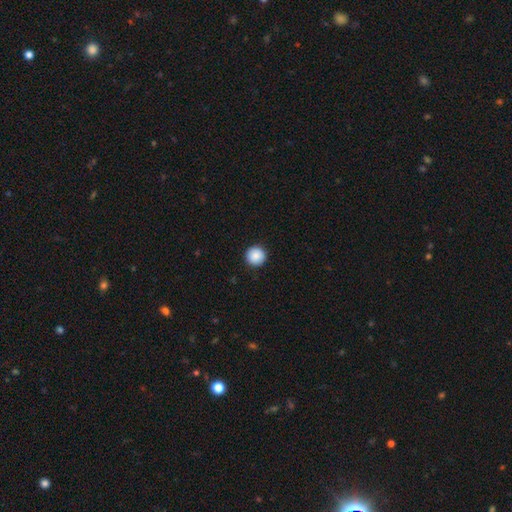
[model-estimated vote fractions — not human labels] Smooth or featured? smooth (89%)
How rounded? round (96%)
Merging? none (93%)